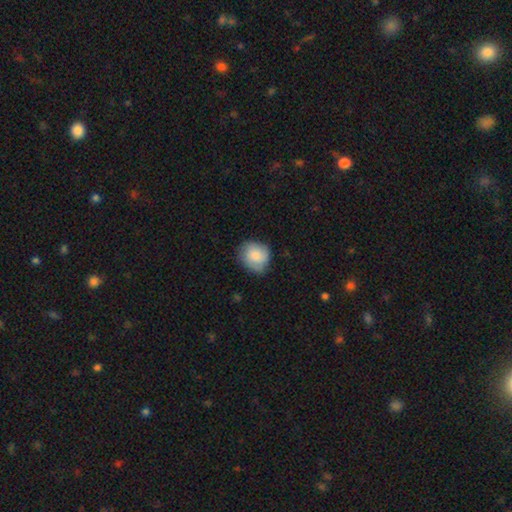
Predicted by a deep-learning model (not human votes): Morphology: type=smooth (77%); roundness=round (76%); merging=none (66%).